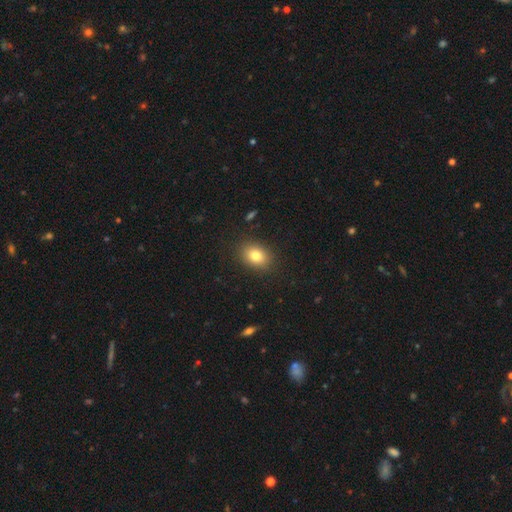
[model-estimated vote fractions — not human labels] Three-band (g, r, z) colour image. It shows a smooth galaxy with no disk features (81%) that is in between round and cigar-shaped (66%). Merging: none (87%).